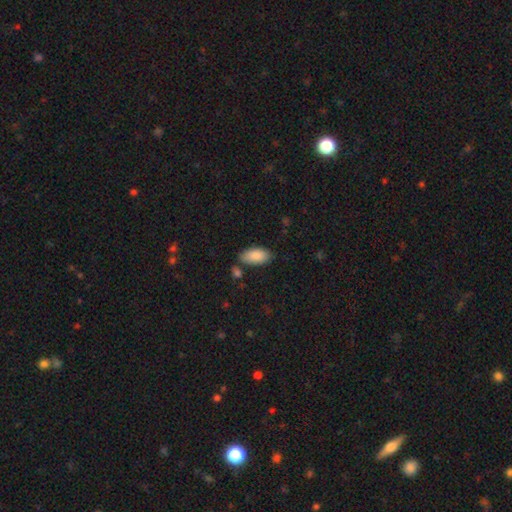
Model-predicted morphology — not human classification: Smooth or featured? Predicted: smooth (p=0.87). How rounded? Predicted: in between (p=0.93). Merging? Predicted: none (p=0.74).